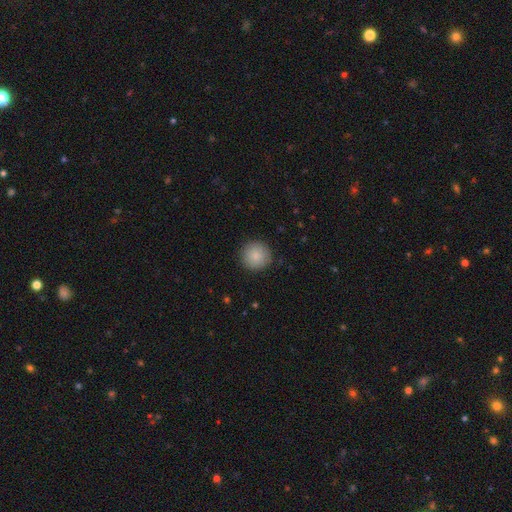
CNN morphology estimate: Overall: smooth (87%). How rounded: round (95%). Merging: none (91%).